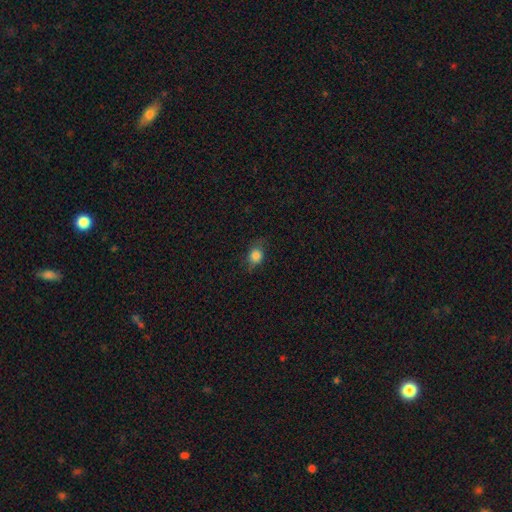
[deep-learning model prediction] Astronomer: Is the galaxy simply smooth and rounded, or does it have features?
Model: smooth — 81%.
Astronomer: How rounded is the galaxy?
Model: round — 53% (runner-up: in between, 45%).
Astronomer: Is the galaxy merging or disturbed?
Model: none — 68%.